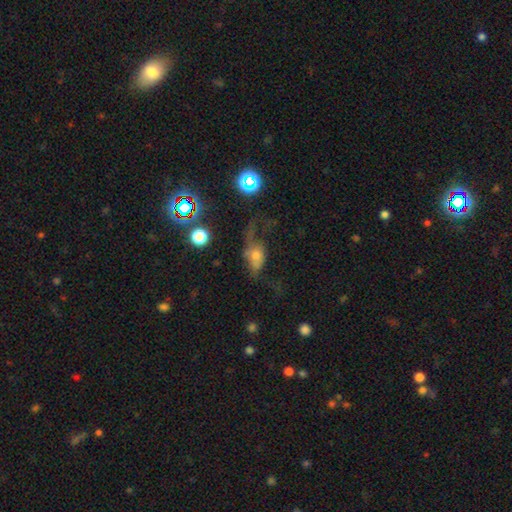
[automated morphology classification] Smooth or featured?
  - smooth: 45% *
  - featured or disk: 38%
  - star or artifact: 17%
Merging?
  - major disturbance: 49% *
  - none: 25%
  - minor disturbance: 20%
  - merger: 5%